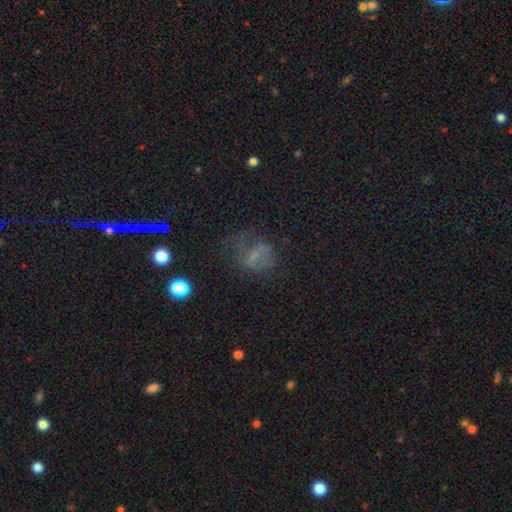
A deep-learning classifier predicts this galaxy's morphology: Smooth or featured?
  - smooth: 41% *
  - featured or disk: 33%
  - star or artifact: 25%
Merging?
  - none: 48% *
  - major disturbance: 27%
  - minor disturbance: 22%
  - merger: 3%